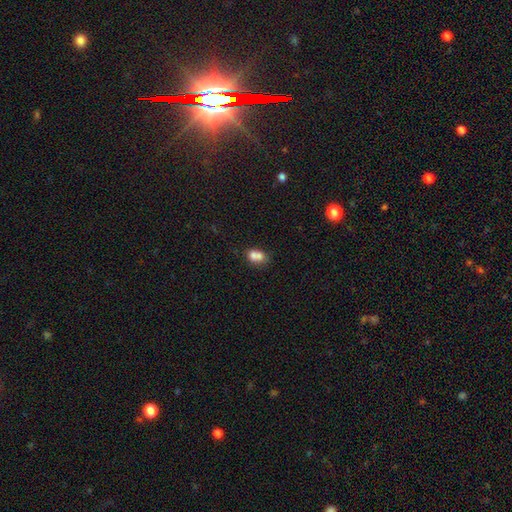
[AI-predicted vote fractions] Overall: smooth (71%). How rounded: in between (53%; round 46%). Merging: merger (59%; none 28%).